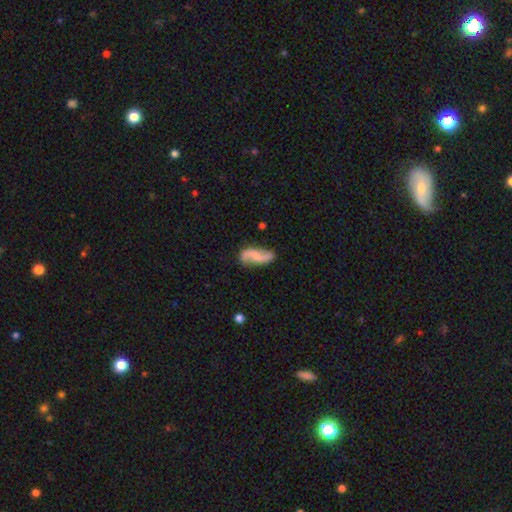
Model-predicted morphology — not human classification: featured or disk 73%, smooth 21%, star or artifact 6%. Down the decision tree: edge-on disk — no (96%); bar — no (52%); spiral arms — yes (94%); spiral arm count — 2 (92%); spiral winding — loose (81%); bulge size — none (51%); merging — none (73%).